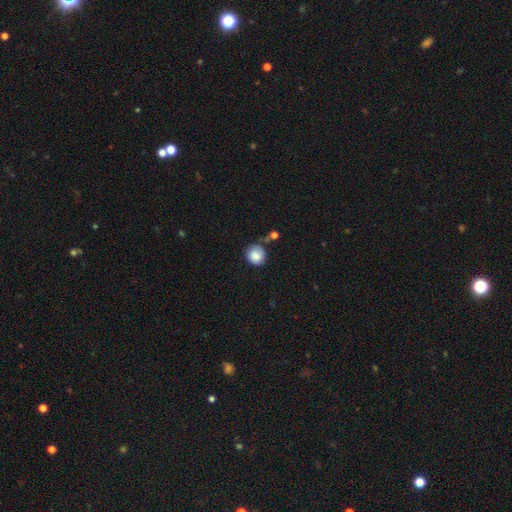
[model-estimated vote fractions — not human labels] A smooth galaxy with no disk features (83%) that is round (86%).

Vote fractions:
- Smooth or featured? smooth: 83% / featured or disk: 9% / star or artifact: 8%
- How rounded? round: 86% / in between: 13% / cigar-shaped: 1%
- Merging? none: 61% / minor disturbance: 22% / merger: 10% / major disturbance: 6%